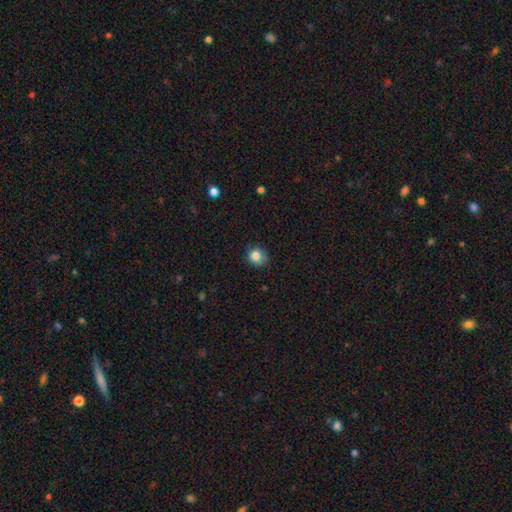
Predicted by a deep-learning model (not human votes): Morphology: type=smooth (84%); roundness=round (84%); merging=none (76%).